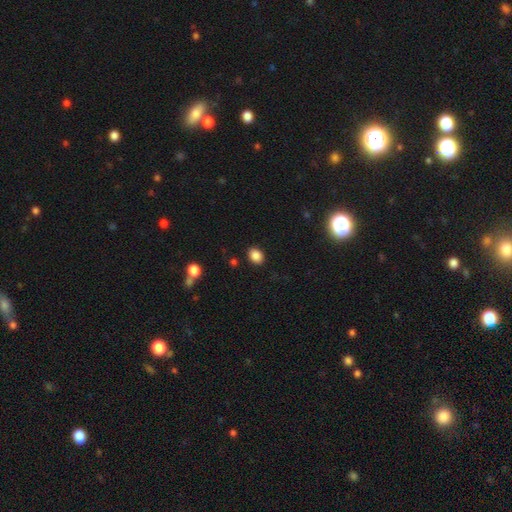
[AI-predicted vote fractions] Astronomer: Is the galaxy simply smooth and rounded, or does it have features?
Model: smooth — 86%.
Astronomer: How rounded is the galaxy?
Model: in between — 65%.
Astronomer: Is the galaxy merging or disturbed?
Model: none — 89%.